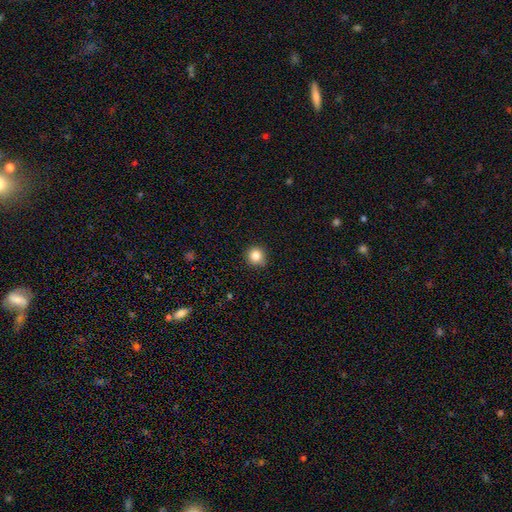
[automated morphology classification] Smooth or featured? Predicted: smooth (p=0.85). How rounded? Predicted: round (p=0.93). Merging? Predicted: none (p=0.88).